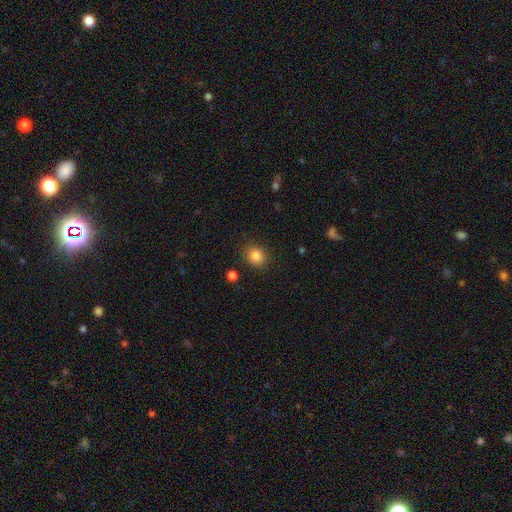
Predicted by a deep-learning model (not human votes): This is clearly a smooth galaxy (85%). How rounded: likely round (77%). Merging: clearly none (85%).